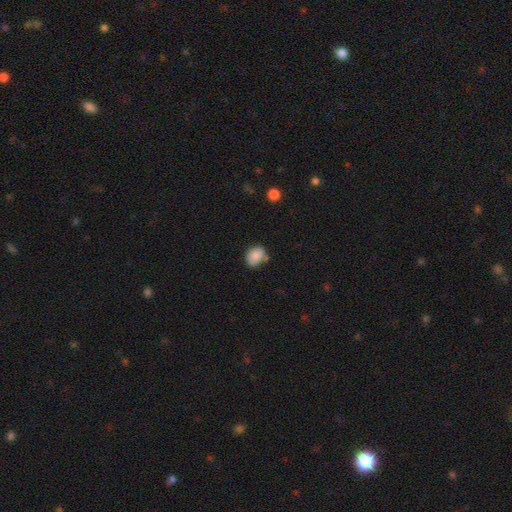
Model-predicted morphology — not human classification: The model was most divided on "how rounded": in between: 61%, round: 38%, cigar-shaped: 1%. More confident: smooth or featured — smooth (85%); merging — none (61%).